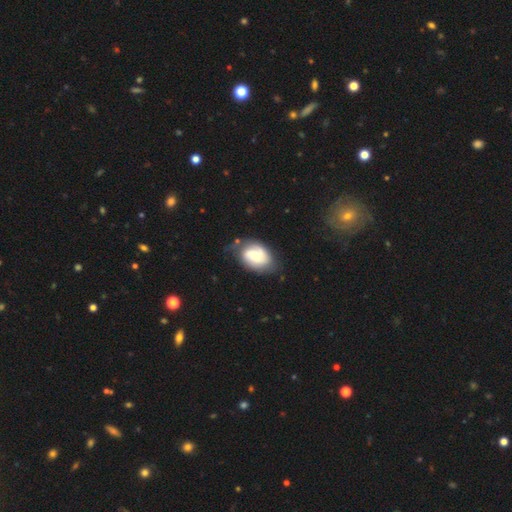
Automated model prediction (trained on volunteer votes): smooth-or-featured: featured or disk: 55% | smooth: 39% | star or artifact: 7%
  disk-edge-on: no: 96% | yes: 4%
    bar: no: 58% | weak: 34% | strong: 8%
    has-spiral-arms: yes: 82% | no: 18%
    bulge-size: moderate: 54% | small: 33% | large: 10% | none: 2% | dominant: 2%
  merging: none: 60% | minor disturbance: 27% | major disturbance: 10% | merger: 3%